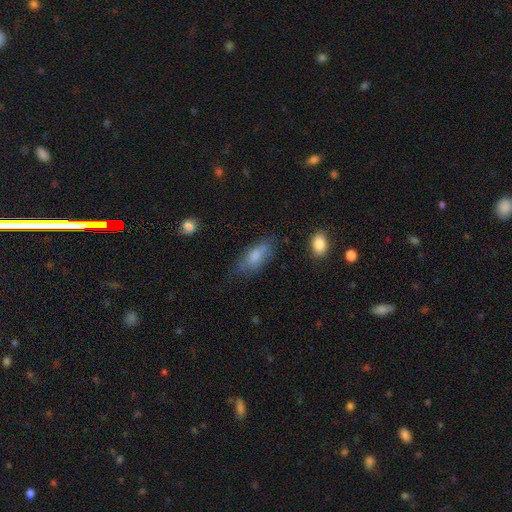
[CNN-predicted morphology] Smooth or featured? Predicted: smooth (p=0.75). How rounded? Predicted: in between (p=0.78). Merging? Predicted: none (p=0.63).